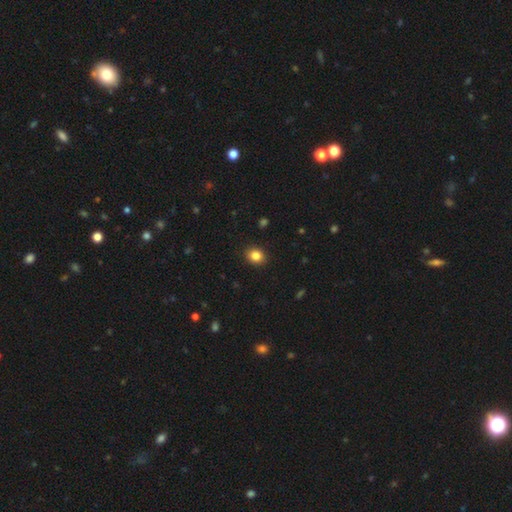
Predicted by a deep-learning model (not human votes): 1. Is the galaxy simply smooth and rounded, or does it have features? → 85% smooth, 10% star or artifact, 5% featured or disk.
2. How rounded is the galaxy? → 67% round, 33% in between, 1% cigar-shaped.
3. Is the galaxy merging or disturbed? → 91% none, 6% minor disturbance, 2% major disturbance, 1% merger.